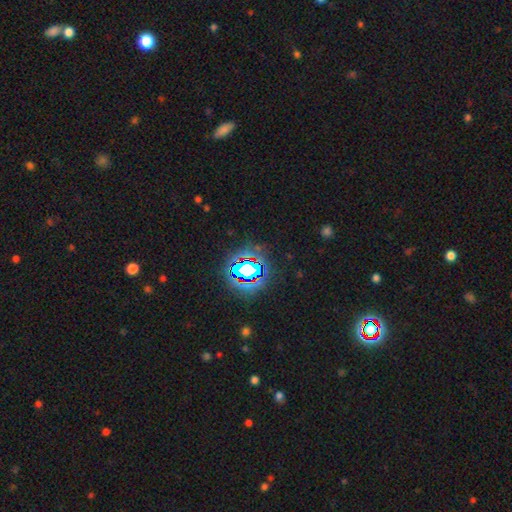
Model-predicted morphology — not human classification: Smooth or featured? star or artifact (81%)